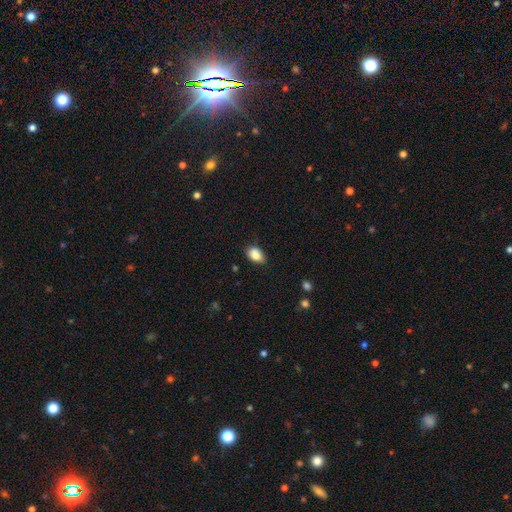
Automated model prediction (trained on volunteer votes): Smooth or featured: smooth — 82% (featured or disk — 9%)
How rounded: in between — 84% (round — 15%)
Merging: none — 65% (minor disturbance — 23%)